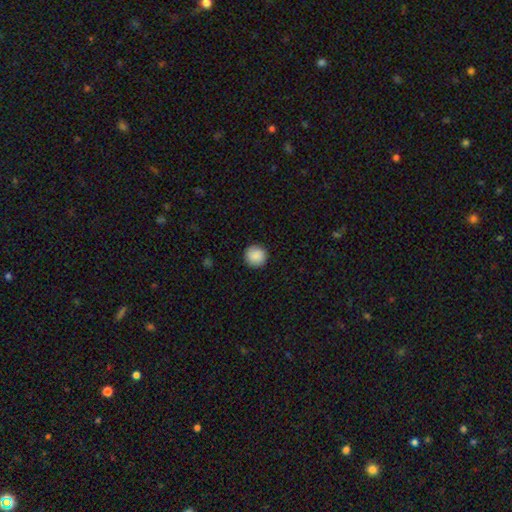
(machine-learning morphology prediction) Smooth or featured? Predicted: smooth (p=0.89). How rounded? Predicted: round (p=0.95). Merging? Predicted: none (p=0.92).